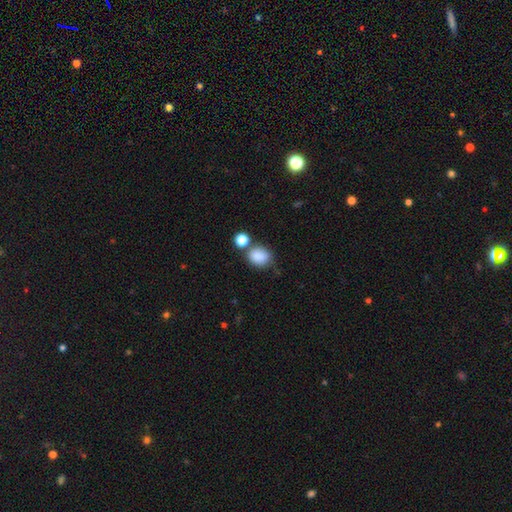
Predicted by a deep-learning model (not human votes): smooth 85%, star or artifact 10%, featured or disk 5%. Down the decision tree: how rounded — round (51%); merging — none (59%).